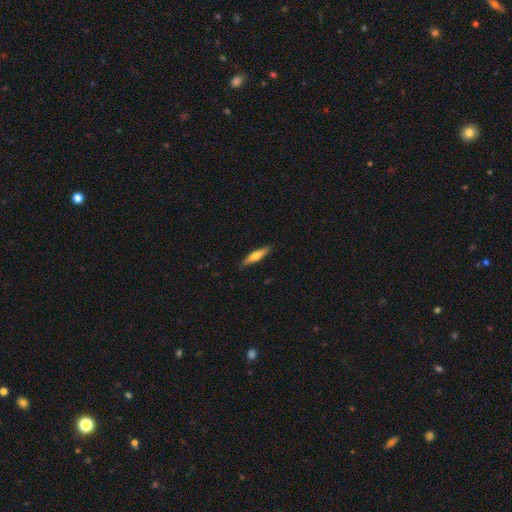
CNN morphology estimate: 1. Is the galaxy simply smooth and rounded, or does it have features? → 61% smooth, 33% featured or disk, 6% star or artifact.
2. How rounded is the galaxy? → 79% cigar-shaped, 19% in between, 2% round.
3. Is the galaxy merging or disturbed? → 88% none, 9% minor disturbance, 2% major disturbance, 1% merger.